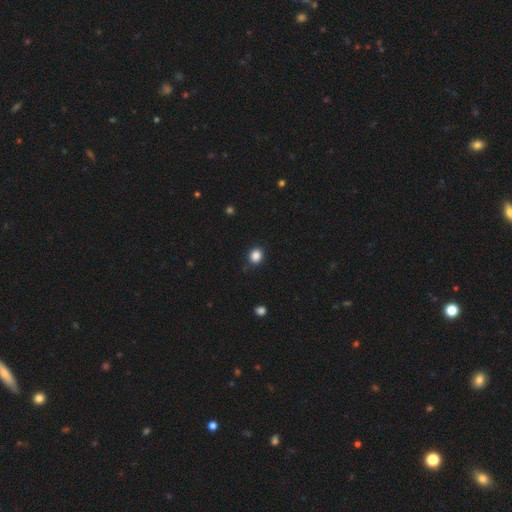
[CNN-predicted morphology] smooth_or_featured: smooth (p=0.86) [alt: star or artifact p=0.10]
how_rounded: round (p=0.68) [alt: in between p=0.31]
merging: none (p=0.87) [alt: minor disturbance p=0.09]